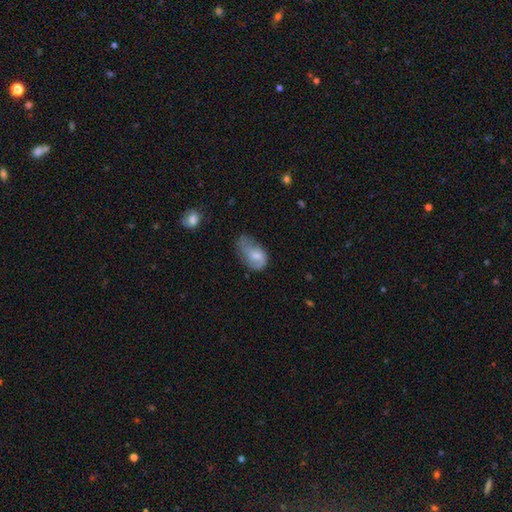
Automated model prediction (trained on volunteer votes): This is possibly a smooth galaxy (58%). How rounded: clearly in between (89%). Merging: marginally minor disturbance (37%).